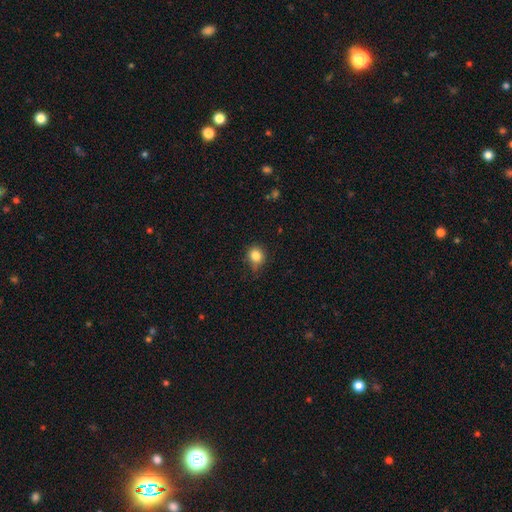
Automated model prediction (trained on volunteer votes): Smooth or featured? Predicted: smooth (p=0.84). How rounded? Predicted: round (p=0.75). Merging? Predicted: none (p=0.69).